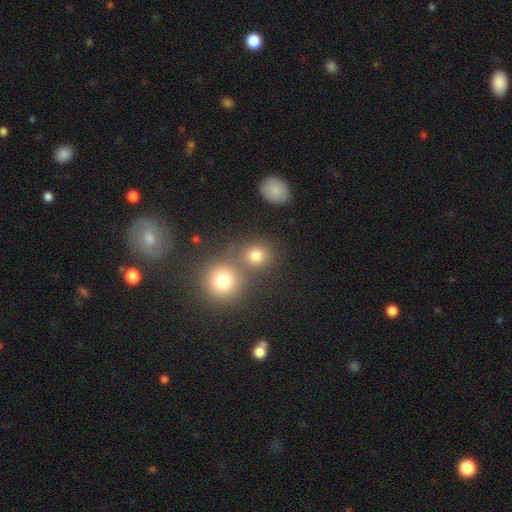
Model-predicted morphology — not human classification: The model was most divided on "merging": none: 58%, merger: 30%, minor disturbance: 8%, major disturbance: 4%. More confident: how rounded — round (81%); smooth or featured — smooth (79%).